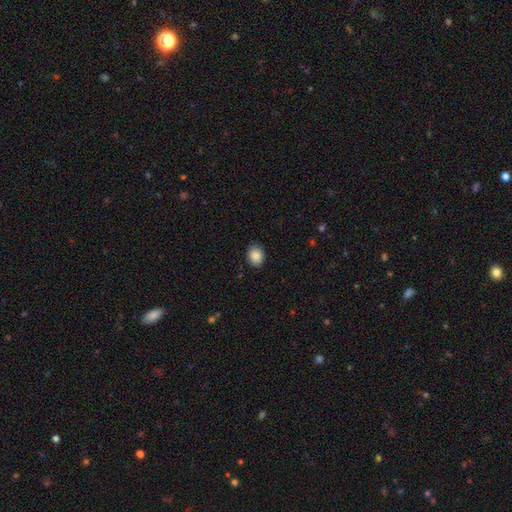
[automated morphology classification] Smooth or featured? Predicted: smooth (p=0.87). How rounded? Predicted: round (p=0.50). Merging? Predicted: none (p=0.88).